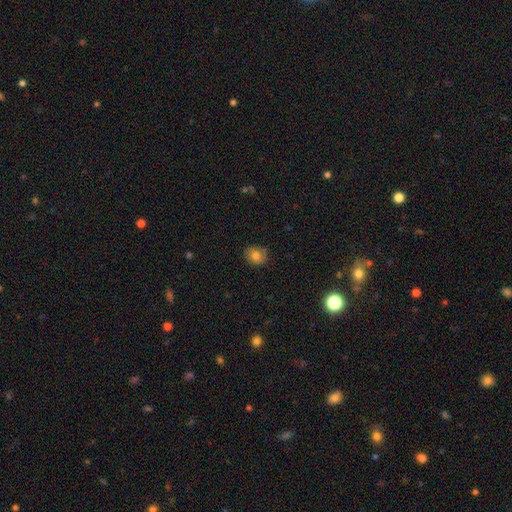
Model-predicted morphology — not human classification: This is likely a smooth galaxy (78%). How rounded: likely round (64%). Merging: likely none (79%).